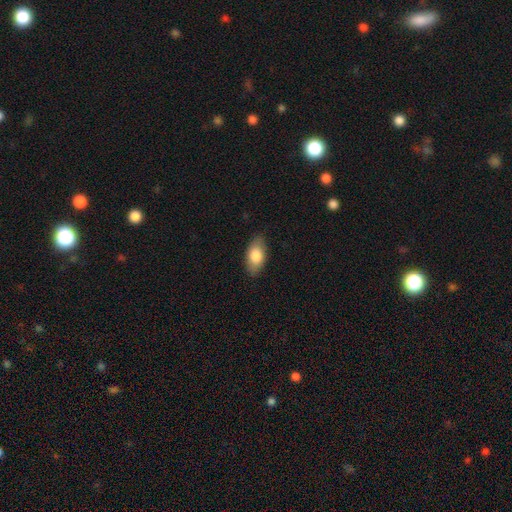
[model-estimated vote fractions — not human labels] Smooth or featured? smooth (81%)
How rounded? in between (92%)
Merging? none (84%)